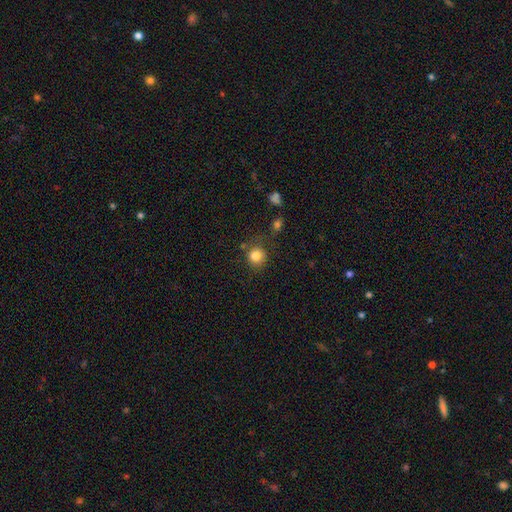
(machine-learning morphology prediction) A smooth galaxy with no disk features (83%) that is round (87%). Merging: none (75%).